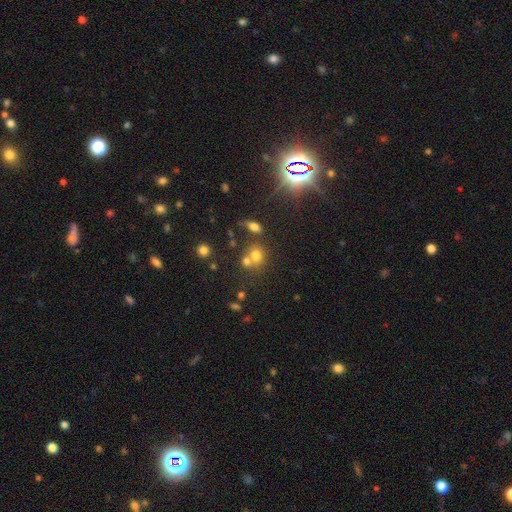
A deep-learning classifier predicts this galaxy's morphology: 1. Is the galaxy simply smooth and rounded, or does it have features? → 68% smooth, 19% star or artifact, 14% featured or disk.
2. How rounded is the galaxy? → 67% round, 32% in between, 1% cigar-shaped.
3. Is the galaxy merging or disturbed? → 43% merger (tied), 43% none (tied), 10% minor disturbance, 4% major disturbance.